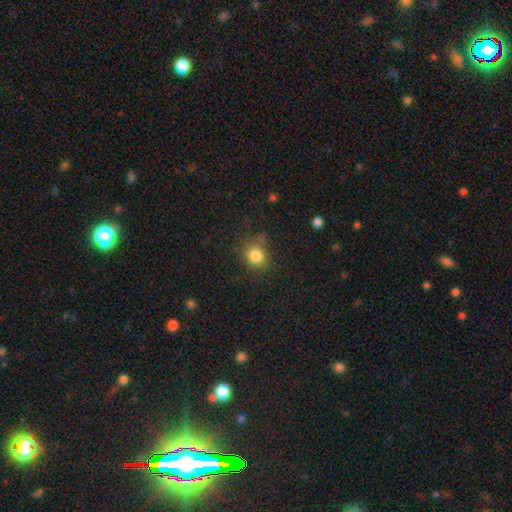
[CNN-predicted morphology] type=smooth (83%); roundness=round (74%); merging=none (73%).